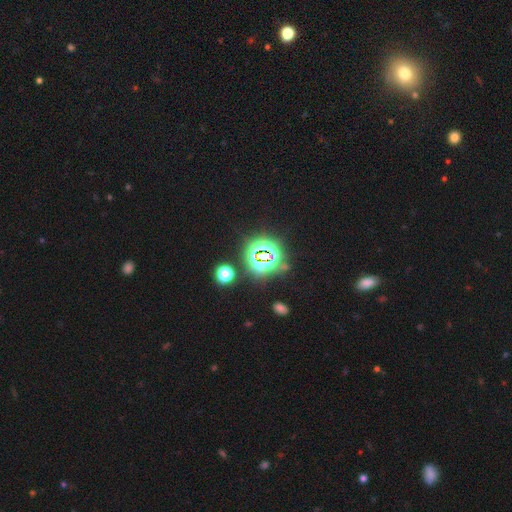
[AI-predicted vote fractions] smooth_or_featured: star or artifact (p=0.77) [alt: smooth p=0.14]